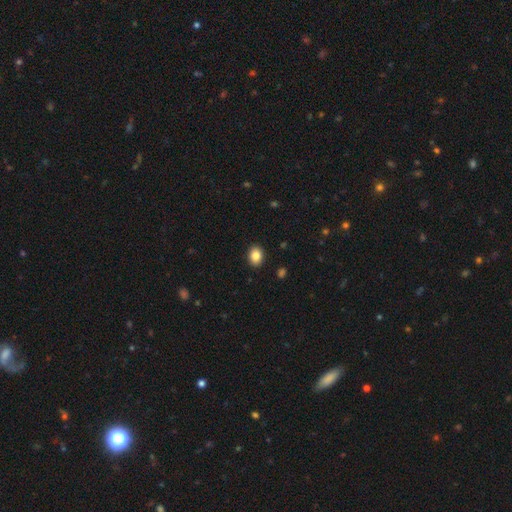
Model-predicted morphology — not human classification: This is clearly a smooth galaxy (86%). How rounded: likely in between (66%). Merging: clearly none (90%).